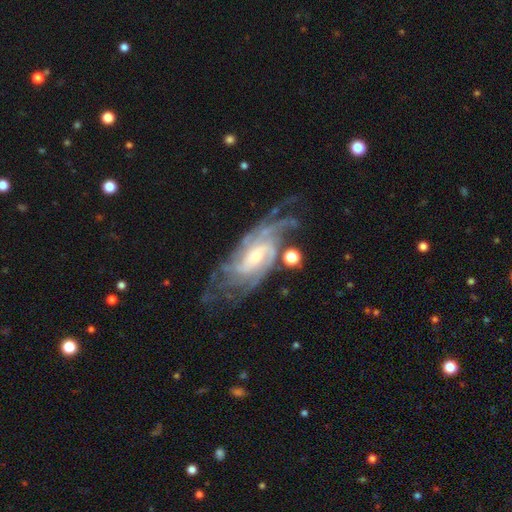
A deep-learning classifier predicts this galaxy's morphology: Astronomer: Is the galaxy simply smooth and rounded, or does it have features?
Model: featured or disk — 88%.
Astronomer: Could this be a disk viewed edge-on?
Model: no — 94%.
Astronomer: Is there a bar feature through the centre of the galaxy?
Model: no — 49% (runner-up: weak, 37%).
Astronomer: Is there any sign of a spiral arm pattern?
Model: yes — 97%.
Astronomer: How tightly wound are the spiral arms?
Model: tight — 54% (runner-up: medium, 36%).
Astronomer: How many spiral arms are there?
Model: can't tell — 28% (runner-up: 4, 23%).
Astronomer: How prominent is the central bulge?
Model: small — 55% (runner-up: moderate, 35%).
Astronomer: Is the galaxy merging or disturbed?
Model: none — 62%.